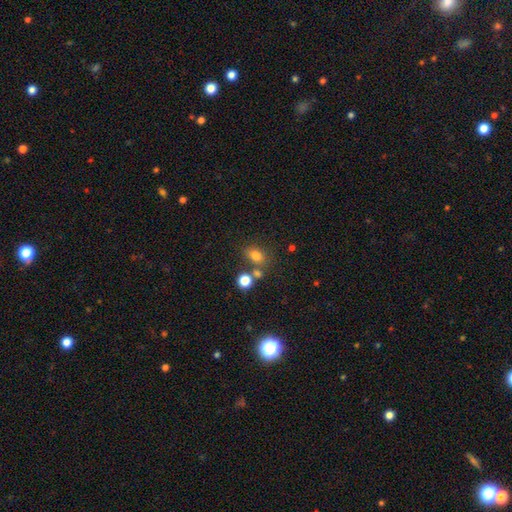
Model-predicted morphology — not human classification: The model was most divided on "how rounded": in between: 64%, round: 34%, cigar-shaped: 2%. More confident: smooth or featured — smooth (77%); merging — none (62%).